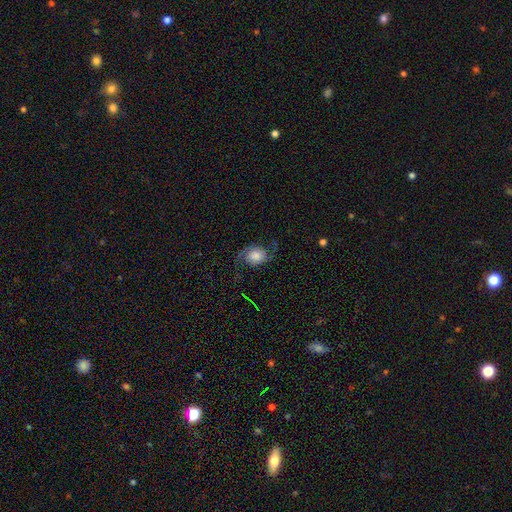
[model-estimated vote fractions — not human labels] Smooth or featured?
  - featured or disk: 75% *
  - smooth: 17%
  - star or artifact: 9%
Edge-on disk?
  - no: 97% *
  - yes: 3%
Bar?
  - no: 74% *
  - weak: 21%
  - strong: 5%
Spiral arms?
  - yes: 96% *
  - no: 4%
Spiral winding?
  - loose: 62% *
  - medium: 30%
  - tight: 8%
Spiral arm count?
  - 2: 94% *
  - can't tell: 2%
  - 1: 2%
  - 3: 1%
  - 4: 1%
  - more than 4: 1%
Bulge size?
  - large: 37% *
  - moderate: 23%
  - dominant: 19%
  - small: 12%
  - none: 9%
Merging?
  - none: 73% *
  - minor disturbance: 16%
  - major disturbance: 10%
  - merger: 2%